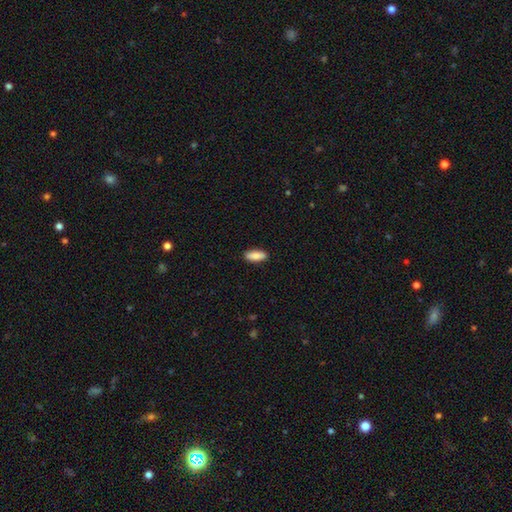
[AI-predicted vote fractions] Overall: smooth (88%). How rounded: in between (71%). Merging: none (90%).